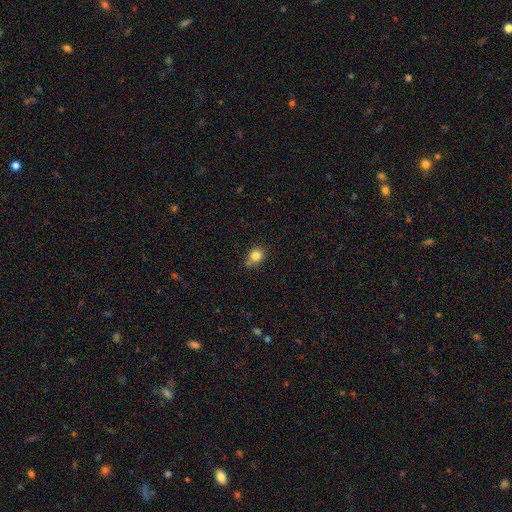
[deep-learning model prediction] This is clearly a smooth galaxy (82%). How rounded: likely round (63%). Merging: likely none (68%).